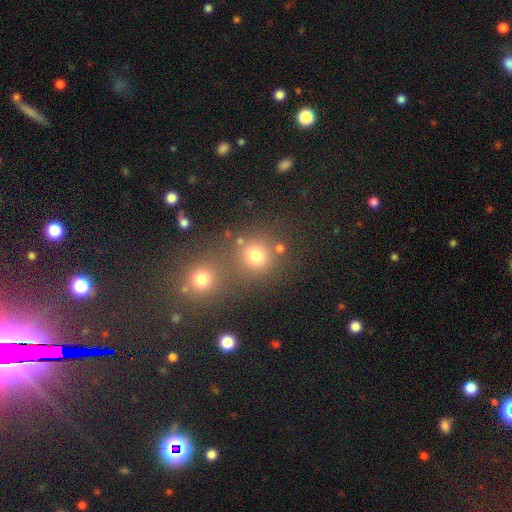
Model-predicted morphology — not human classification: type=smooth (76%); roundness=round (86%); merging=none (59%).